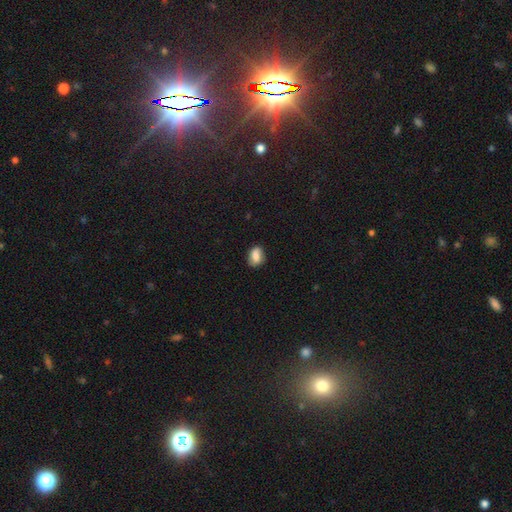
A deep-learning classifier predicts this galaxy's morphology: This is clearly a smooth galaxy (80%). How rounded: likely in between (74%). Merging: likely none (80%).